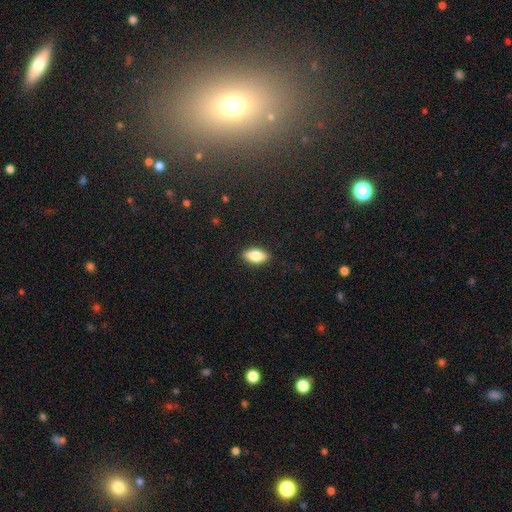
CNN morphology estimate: A smooth galaxy with no disk features (78%) that is in between round and cigar-shaped (87%).

Vote fractions:
- Smooth or featured? smooth: 78% / featured or disk: 15% / star or artifact: 7%
- How rounded? in between: 87% / cigar-shaped: 10% / round: 4%
- Merging? none: 88% / minor disturbance: 9% / major disturbance: 2% / merger: 1%